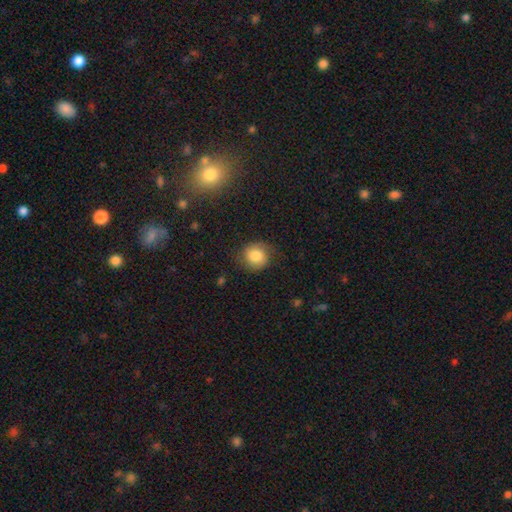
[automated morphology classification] This is likely a smooth galaxy (67%). How rounded: likely round (78%). Merging: likely none (73%).